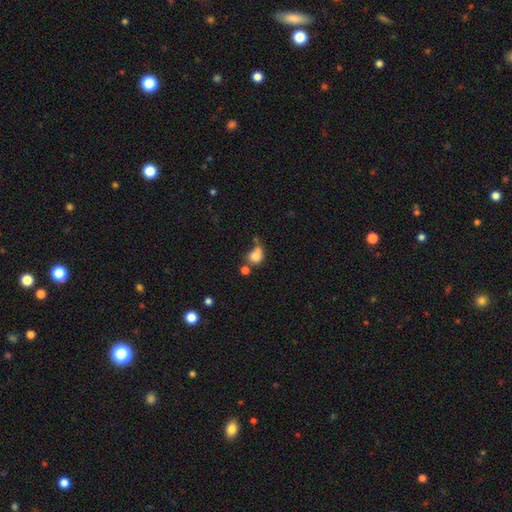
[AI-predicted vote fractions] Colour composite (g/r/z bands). It shows a smooth galaxy with no disk features (78%) that is round (64%). Merging: none (34%).